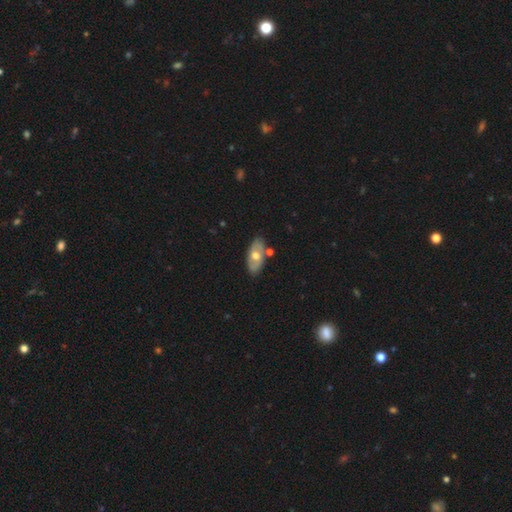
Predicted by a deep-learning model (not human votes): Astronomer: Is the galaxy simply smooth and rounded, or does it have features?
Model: smooth — 49% (runner-up: featured or disk, 45%).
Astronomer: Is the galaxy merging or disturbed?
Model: none — 78%.